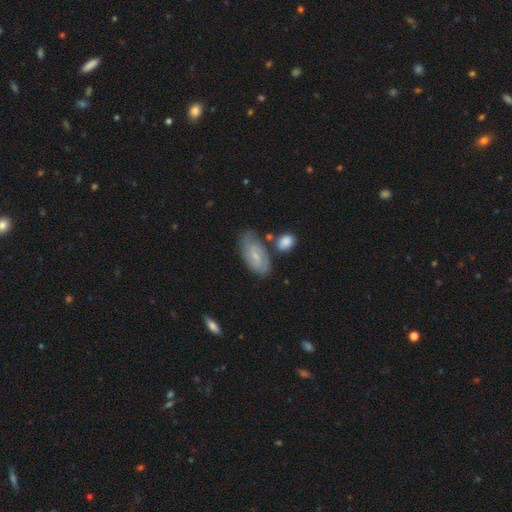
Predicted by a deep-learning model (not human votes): Smooth or featured? Predicted: featured or disk (p=0.64). Edge-on disk? Predicted: no (p=0.94). Bar? Predicted: weak (p=0.47). Spiral arms? Predicted: yes (p=0.87). Spiral winding? Predicted: tight (p=0.51). Spiral arm count? Predicted: 2 (p=0.61). Bulge size? Predicted: small (p=0.70). Merging? Predicted: none (p=0.67).